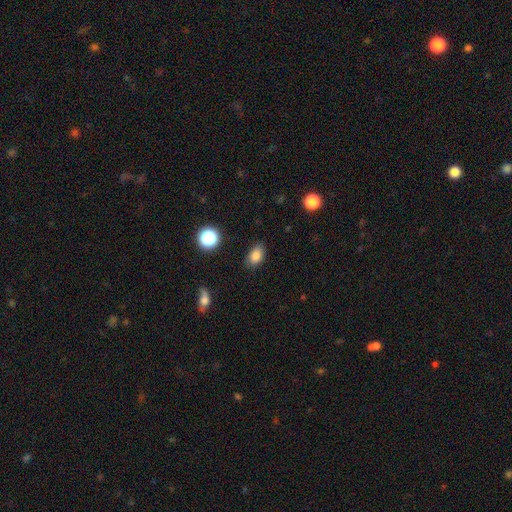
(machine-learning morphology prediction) Overall: smooth (84%). How rounded: in between (86%). Merging: none (84%).